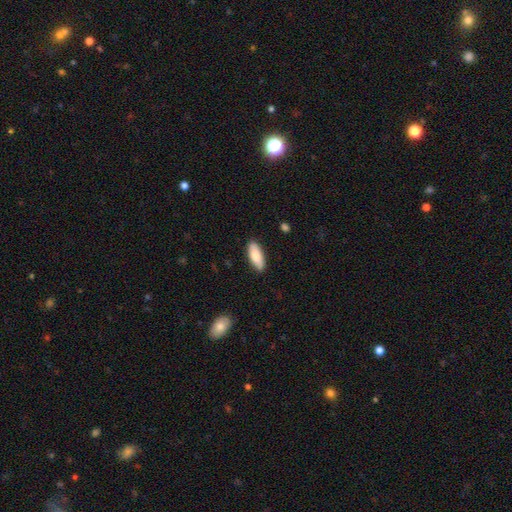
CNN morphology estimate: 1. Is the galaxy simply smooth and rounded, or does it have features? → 83% smooth, 11% featured or disk, 6% star or artifact.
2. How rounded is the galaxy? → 72% in between, 26% cigar-shaped, 2% round.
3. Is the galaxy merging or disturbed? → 88% none, 9% minor disturbance, 2% major disturbance, 1% merger.